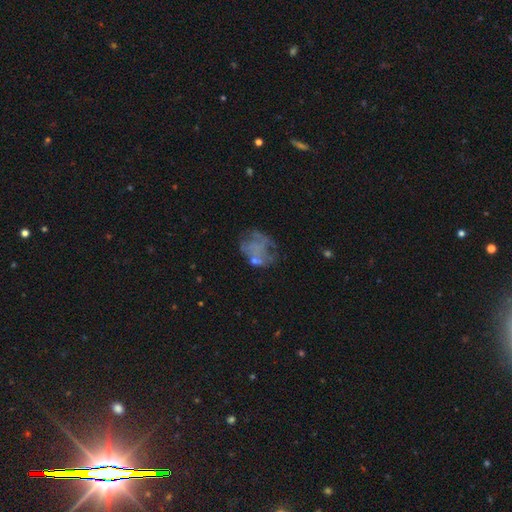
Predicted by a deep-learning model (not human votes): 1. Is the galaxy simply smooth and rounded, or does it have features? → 51% featured or disk, 35% smooth, 14% star or artifact.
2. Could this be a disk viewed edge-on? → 98% no, 2% yes.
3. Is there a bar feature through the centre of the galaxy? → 91% no, 7% weak, 2% strong.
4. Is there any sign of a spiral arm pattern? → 82% no, 18% yes.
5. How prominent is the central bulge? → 76% none, 13% small, 7% moderate, 2% large, 1% dominant.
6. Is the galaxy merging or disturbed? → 38% none, 33% major disturbance, 22% minor disturbance, 8% merger.